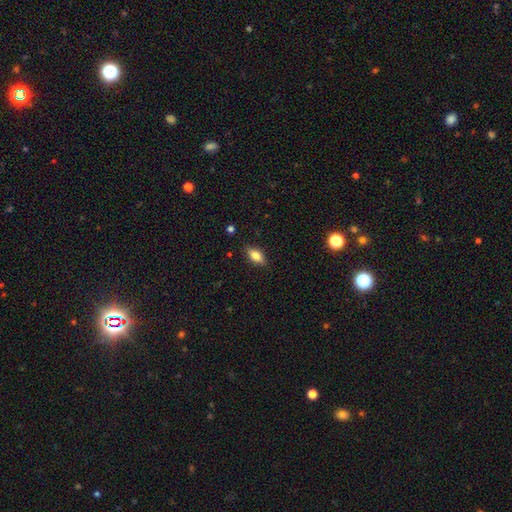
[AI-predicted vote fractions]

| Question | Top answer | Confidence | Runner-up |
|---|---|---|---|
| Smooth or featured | smooth | 73% | featured or disk (19%) |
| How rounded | in between | 84% | cigar-shaped (9%) |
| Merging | none | 84% | minor disturbance (12%) |